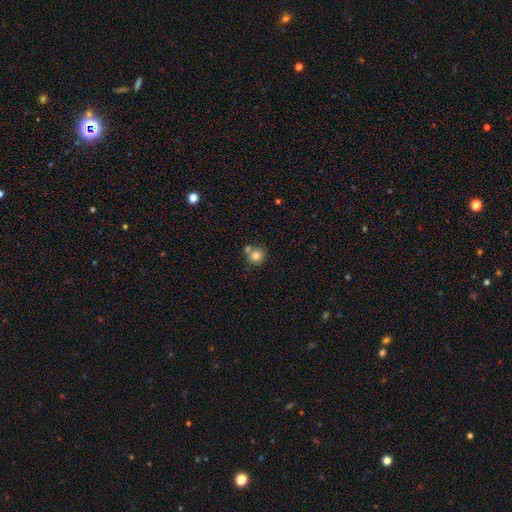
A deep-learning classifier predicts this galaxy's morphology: Smooth or featured? Predicted: smooth (p=0.79). How rounded? Predicted: round (p=0.88). Merging? Predicted: none (p=0.57).